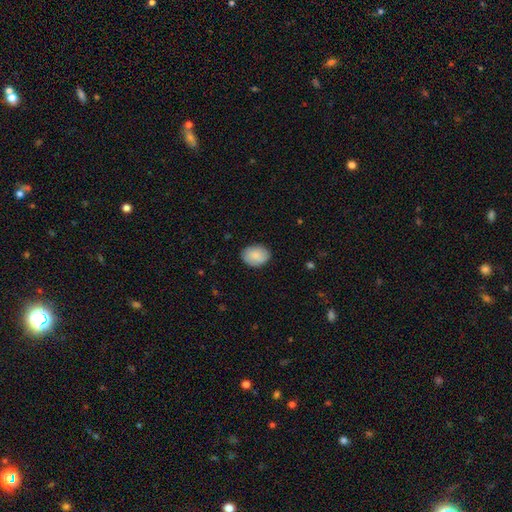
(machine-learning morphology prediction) Smooth or featured?
  - smooth: 86% *
  - featured or disk: 8%
  - star or artifact: 6%
How rounded?
  - in between: 65% *
  - round: 34%
  - cigar-shaped: 1%
Merging?
  - none: 85% *
  - minor disturbance: 12%
  - major disturbance: 2%
  - merger: 1%